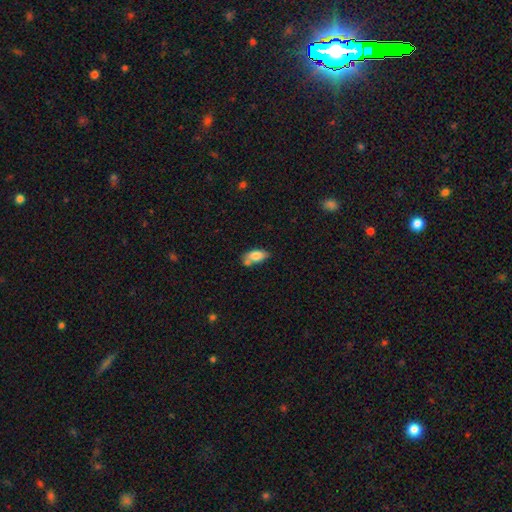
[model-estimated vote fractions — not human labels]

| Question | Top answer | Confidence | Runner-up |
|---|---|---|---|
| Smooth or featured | smooth | 80% | featured or disk (13%) |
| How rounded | in between | 87% | cigar-shaped (9%) |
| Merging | none | 48% | merger (24%) |